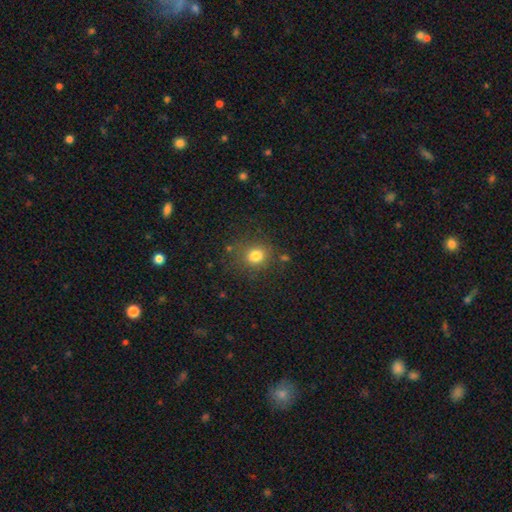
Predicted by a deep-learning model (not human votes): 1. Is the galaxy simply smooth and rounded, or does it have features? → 79% smooth, 14% star or artifact, 7% featured or disk.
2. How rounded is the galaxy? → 80% round, 19% in between, 1% cigar-shaped.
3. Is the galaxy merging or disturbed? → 79% none, 12% minor disturbance, 5% major disturbance, 4% merger.